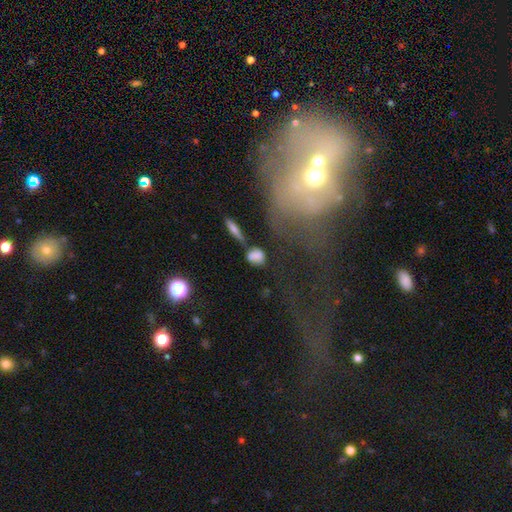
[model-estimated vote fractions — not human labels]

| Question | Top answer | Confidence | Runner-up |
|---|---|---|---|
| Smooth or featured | smooth | 76% | featured or disk (13%) |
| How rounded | round | 47% | in between (46%) |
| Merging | none | 57% | minor disturbance (18%) |